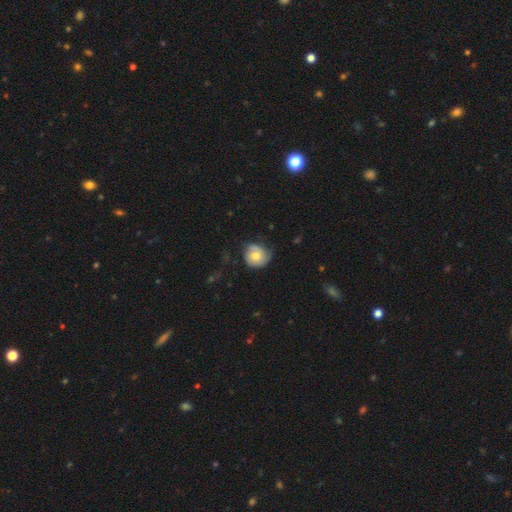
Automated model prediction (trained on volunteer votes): smooth-or-featured: smooth: 53% | featured or disk: 40% | star or artifact: 7%
  how-rounded: round: 82% | in between: 17% | cigar-shaped: 1%
  merging: none: 55% | minor disturbance: 31% | major disturbance: 13% | merger: 2%